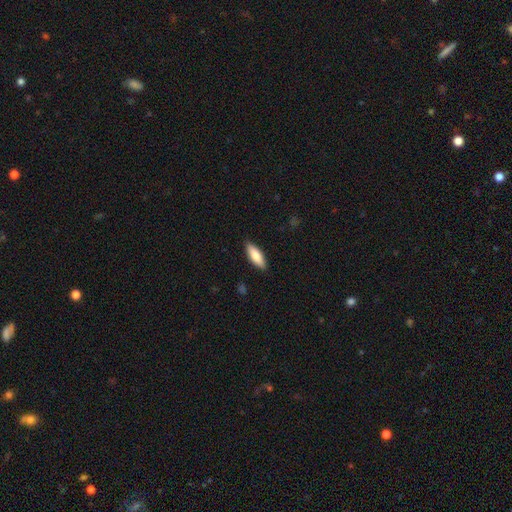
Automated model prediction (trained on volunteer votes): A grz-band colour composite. It shows a smooth galaxy with no disk features (82%) that is in between round and cigar-shaped (65%). Merging: none (88%).